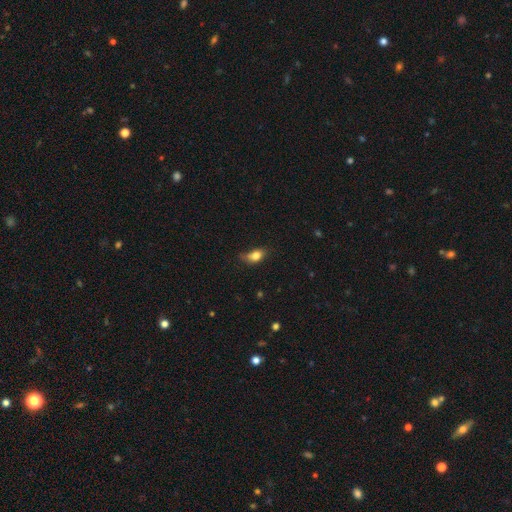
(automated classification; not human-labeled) This appears to be a smooth galaxy with no disk features (78%) that is in between round and cigar-shaped (77%). Merging: none (41%).